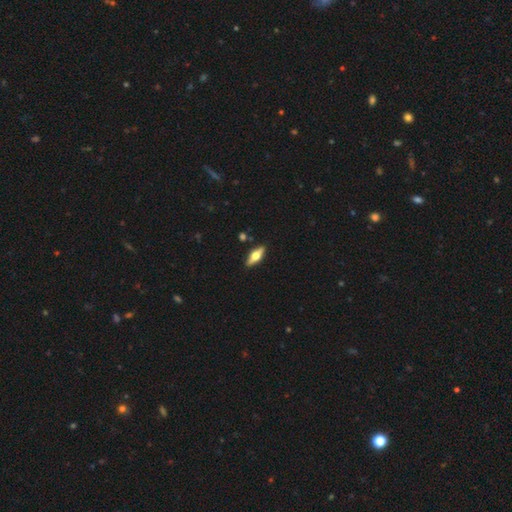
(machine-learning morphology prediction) Smooth or featured?
  - featured or disk: 55% *
  - smooth: 39%
  - star or artifact: 6%
Edge-on disk?
  - yes: 91% *
  - no: 9%
Merging?
  - none: 88% *
  - minor disturbance: 8%
  - merger: 2%
  - major disturbance: 2%